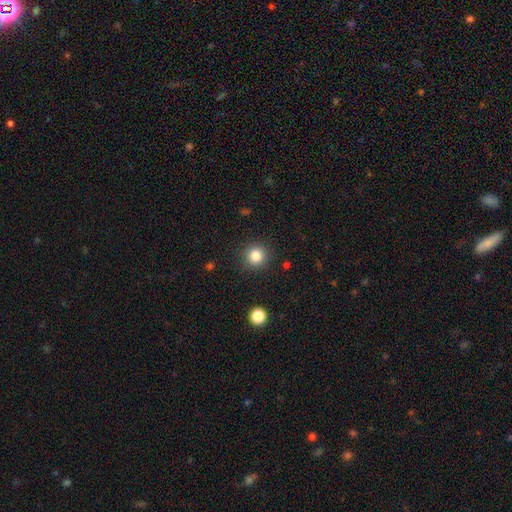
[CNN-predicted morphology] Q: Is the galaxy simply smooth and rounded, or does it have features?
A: smooth — 83%.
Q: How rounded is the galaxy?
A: round — 93%.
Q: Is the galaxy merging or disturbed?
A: none — 90%.